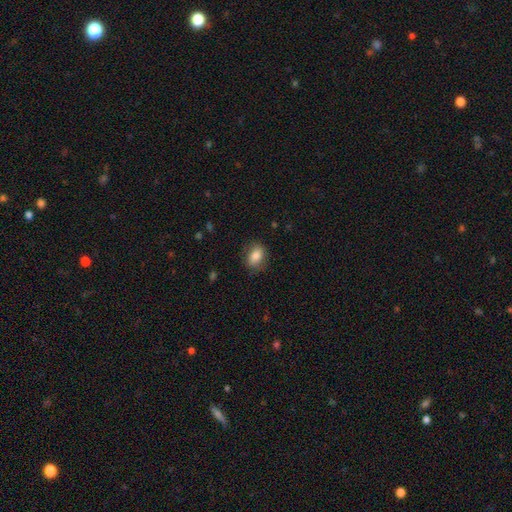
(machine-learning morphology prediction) This appears to be a smooth galaxy with no disk features (82%) that is in between round and cigar-shaped (73%). Merging: none (80%).